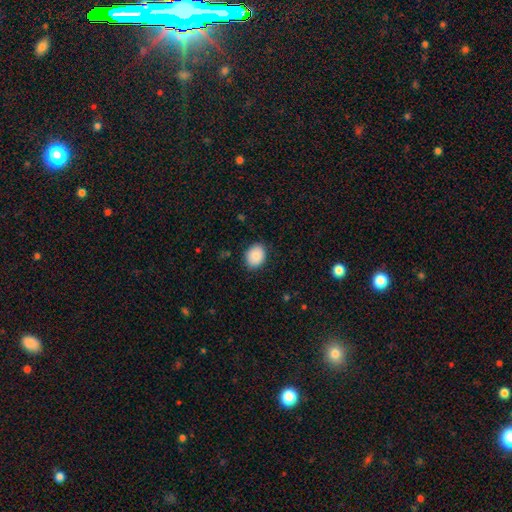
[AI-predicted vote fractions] A smooth galaxy with no disk features (87%) that is in between round and cigar-shaped (55%). Merging: none (85%).